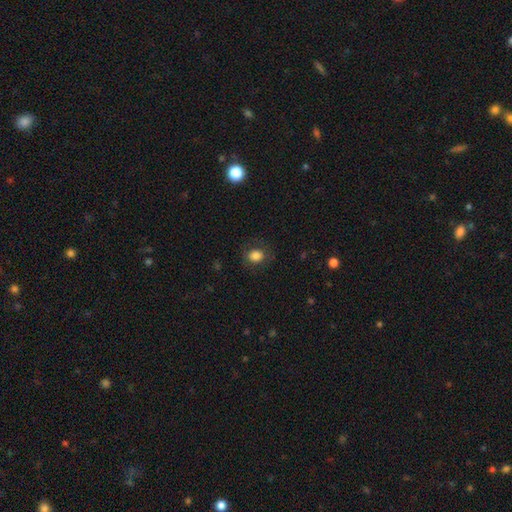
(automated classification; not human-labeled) smooth 82%, star or artifact 10%, featured or disk 8%. Down the decision tree: how rounded — round (68%); merging — none (80%).